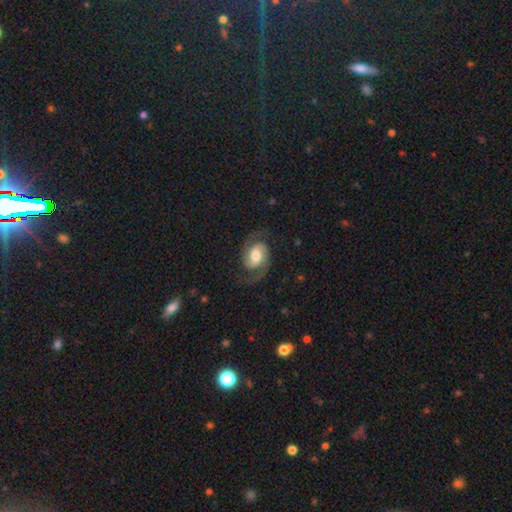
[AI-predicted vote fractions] Smooth or featured?
  - featured or disk: 87% *
  - smooth: 8%
  - star or artifact: 5%
Edge-on disk?
  - no: 98% *
  - yes: 2%
Bar?
  - no: 48% *
  - weak: 39%
  - strong: 13%
Spiral arms?
  - yes: 98% *
  - no: 2%
Spiral winding?
  - medium: 55% *
  - loose: 23%
  - tight: 23%
Spiral arm count?
  - 2: 94% *
  - can't tell: 2%
  - 1: 1%
  - 3: 1%
  - 4: 1%
  - more than 4: 1%
Bulge size?
  - moderate: 59% *
  - large: 24%
  - small: 12%
  - dominant: 3%
  - none: 3%
Merging?
  - none: 78% *
  - minor disturbance: 13%
  - major disturbance: 8%
  - merger: 1%